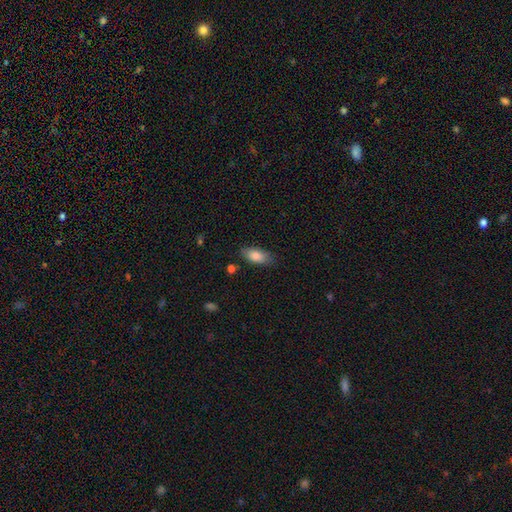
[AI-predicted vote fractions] smooth 84%, featured or disk 9%, star or artifact 7%. Down the decision tree: how rounded — in between (88%); merging — none (80%).